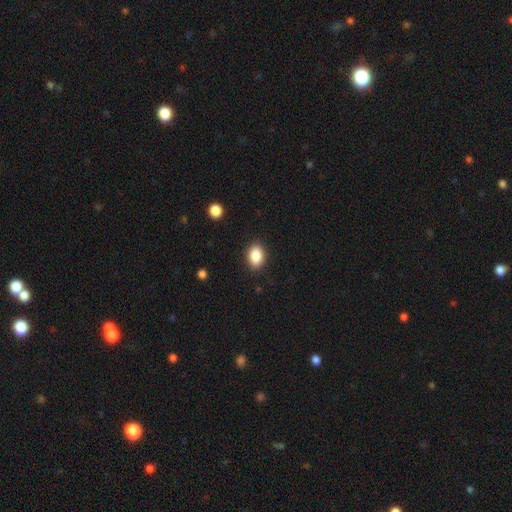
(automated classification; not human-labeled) smooth-or-featured: smooth: 87% | star or artifact: 8% | featured or disk: 5%
  how-rounded: in between: 81% | round: 17% | cigar-shaped: 1%
  merging: none: 88% | minor disturbance: 8% | major disturbance: 2% | merger: 1%